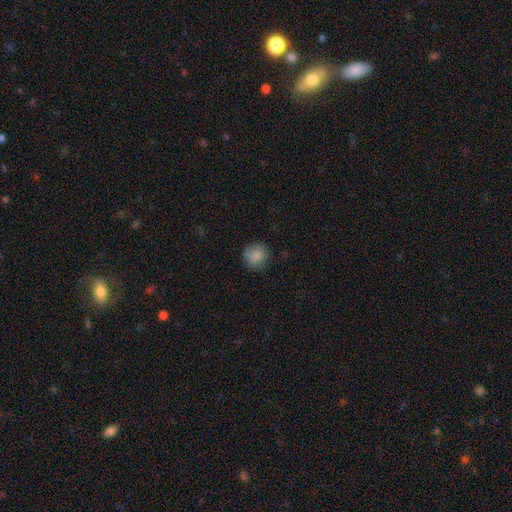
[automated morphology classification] The model was most divided on "merging": none: 84%, minor disturbance: 12%, major disturbance: 3%, merger: 1%. More confident: how rounded — round (92%); smooth or featured — smooth (86%).